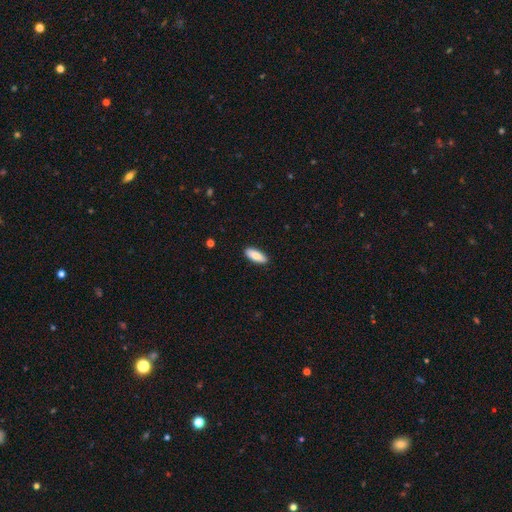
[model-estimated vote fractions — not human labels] A smooth galaxy with no disk features (81%) that is in between round and cigar-shaped (77%). Merging: none (90%).